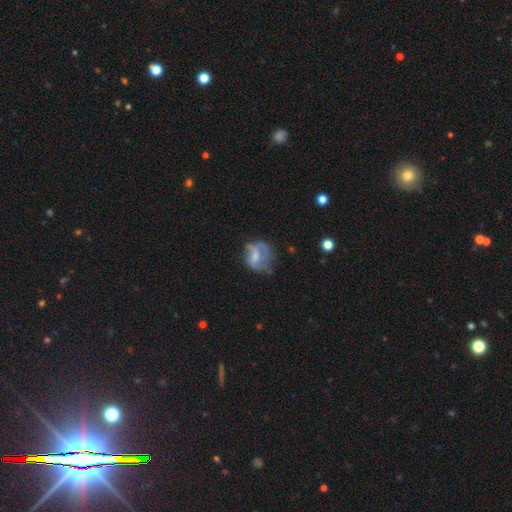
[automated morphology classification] featured or disk 51%, smooth 40%, star or artifact 8%. Down the decision tree: edge-on disk — no (97%); merging — none (41%).